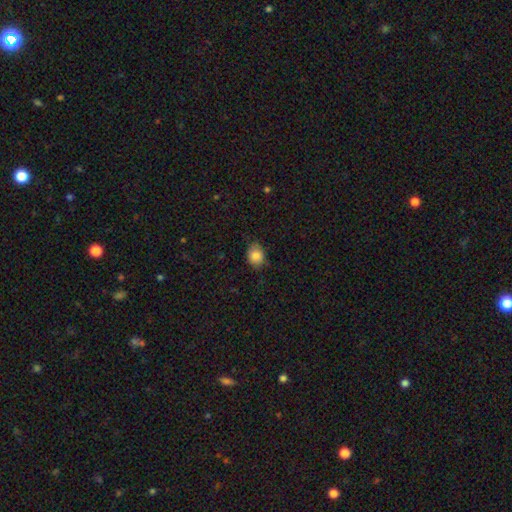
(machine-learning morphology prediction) A smooth galaxy with no disk features (84%) that is in between round and cigar-shaped (59%).

Vote fractions:
- Smooth or featured? smooth: 84% / star or artifact: 9% / featured or disk: 7%
- How rounded? in between: 59% / round: 40% / cigar-shaped: 1%
- Merging? none: 74% / minor disturbance: 22% / major disturbance: 4% / merger: 1%